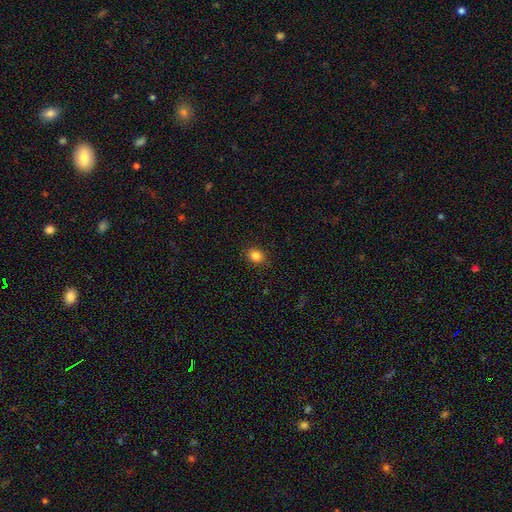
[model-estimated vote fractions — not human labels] Smooth or featured? smooth (84%)
How rounded? round (63%)
Merging? none (89%)